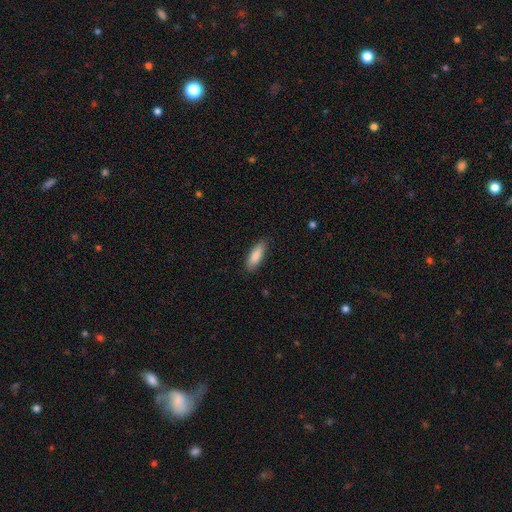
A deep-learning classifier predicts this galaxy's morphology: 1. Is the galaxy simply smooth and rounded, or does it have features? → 86% smooth, 8% featured or disk, 6% star or artifact.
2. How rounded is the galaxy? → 61% in between, 38% cigar-shaped, 2% round.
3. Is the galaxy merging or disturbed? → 87% none, 10% minor disturbance, 2% major disturbance, 1% merger.